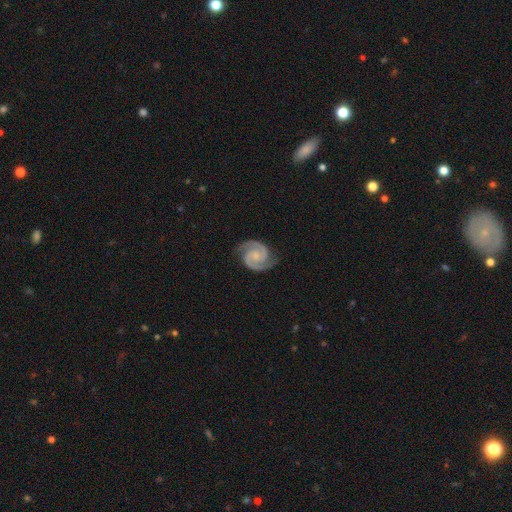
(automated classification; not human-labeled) A featured or disk galaxy (93%) with no bar (66%), 2 (95%) tight (49%) spiral arms (99%) and a small central bulge (53%).

Vote fractions:
- Smooth or featured? featured or disk: 93% / star or artifact: 4% / smooth: 3%
- Edge-on disk? no: 99% / yes: 1%
- Bar? no: 66% / weak: 27% / strong: 7%
- Spiral arms? yes: 99% / no: 1%
- Spiral winding? tight: 49% / medium: 45% / loose: 5%
- Spiral arm count? 2: 95% / can't tell: 1% / 3: 1% / 1: 1% / 4: 1% / more than 4: 1%
- Bulge size? small: 53% / none: 23% / moderate: 21% / large: 2% / dominant: 1%
- Merging? none: 85% / minor disturbance: 11% / major disturbance: 3% / merger: 1%